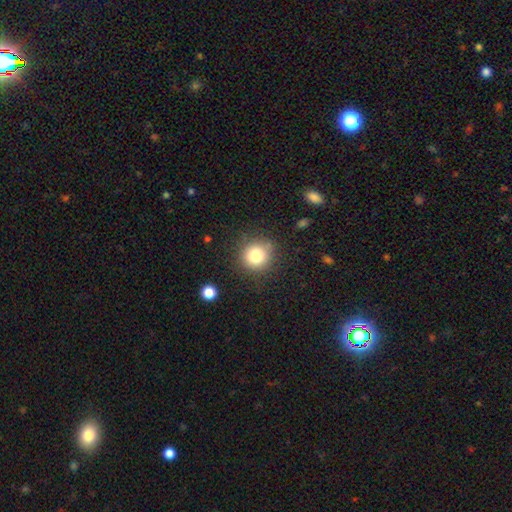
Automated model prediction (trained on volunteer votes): This is clearly a smooth galaxy (80%). How rounded: clearly round (92%). Merging: clearly none (84%).